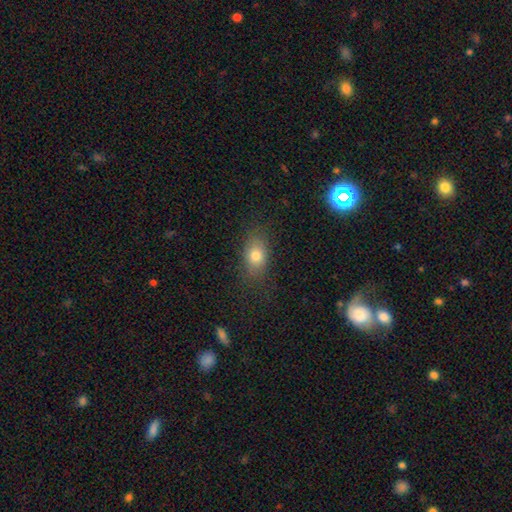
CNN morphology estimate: The model was most divided on "how rounded": in between: 79%, round: 17%, cigar-shaped: 4%. More confident: merging — none (80%); smooth or featured — smooth (79%).